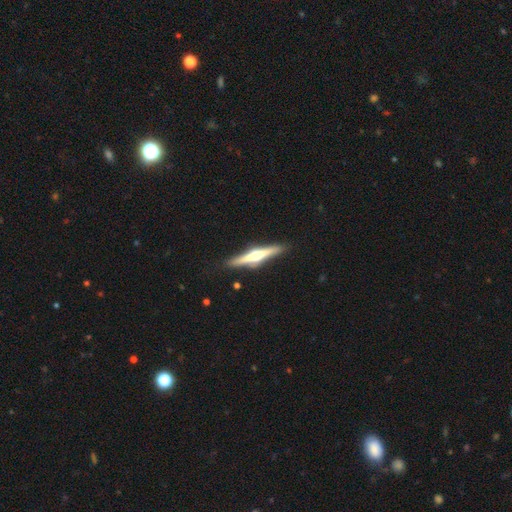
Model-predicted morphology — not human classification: smooth_or_featured: featured or disk (p=0.75) [alt: smooth p=0.20]
disk_edge_on: yes (p=0.98) [alt: no p=0.02]
edge_on_bulge: rounded (p=0.93) [alt: boxy p=0.04]
merging: none (p=0.88) [alt: minor disturbance p=0.08]